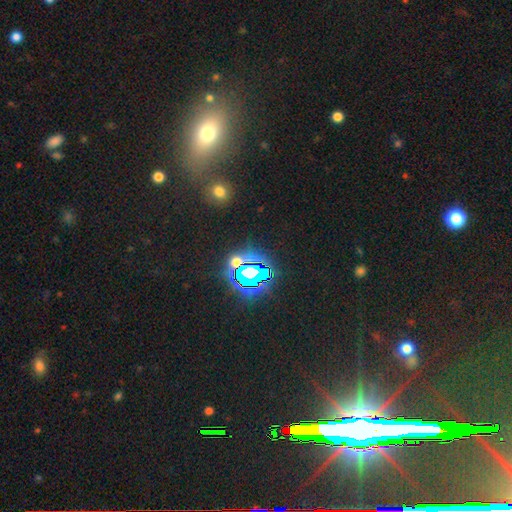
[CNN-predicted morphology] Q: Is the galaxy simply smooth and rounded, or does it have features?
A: star or artifact — 55%.